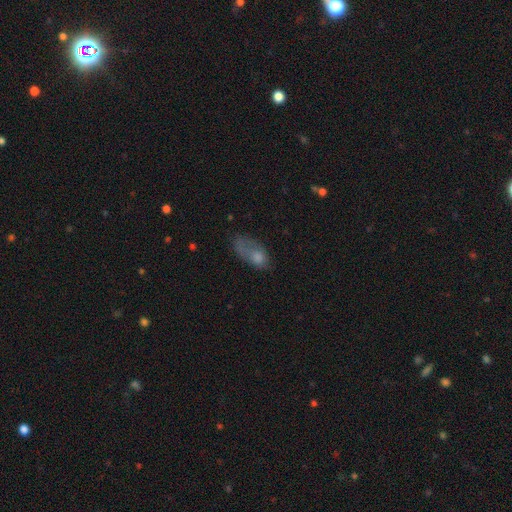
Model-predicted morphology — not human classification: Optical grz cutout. It shows a smooth galaxy with no disk features (66%) that is in between round and cigar-shaped (87%). Merging: major disturbance (37%).